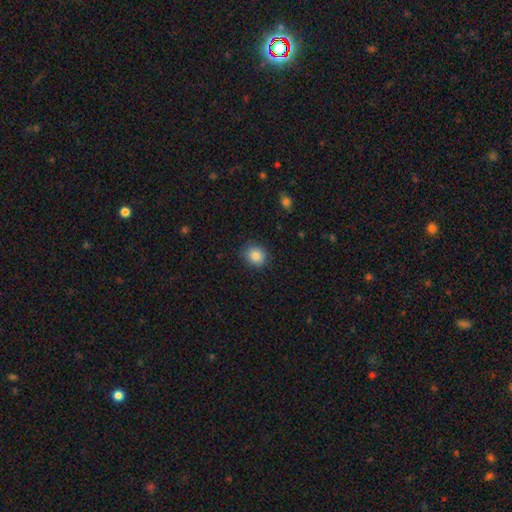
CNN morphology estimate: Smooth or featured: smooth — 84% (star or artifact — 10%)
How rounded: round — 74% (in between — 25%)
Merging: none — 87% (minor disturbance — 9%)